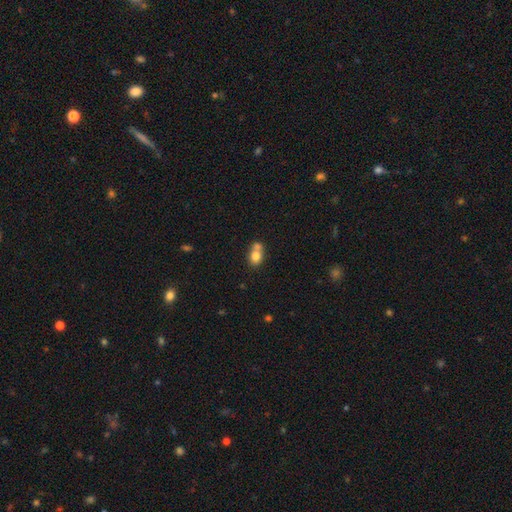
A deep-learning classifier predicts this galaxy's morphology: Smooth or featured? Predicted: smooth (p=0.75). How rounded? Predicted: in between (p=0.54). Merging? Predicted: merger (p=0.50).